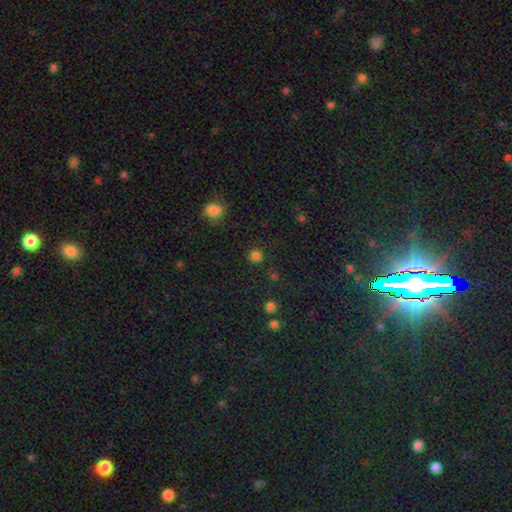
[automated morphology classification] Q: Smooth or featured?
A: smooth (80%); runner-up: star or artifact (17%)
Q: How rounded?
A: round (94%); runner-up: in between (5%)
Q: Merging?
A: none (89%); runner-up: minor disturbance (6%)